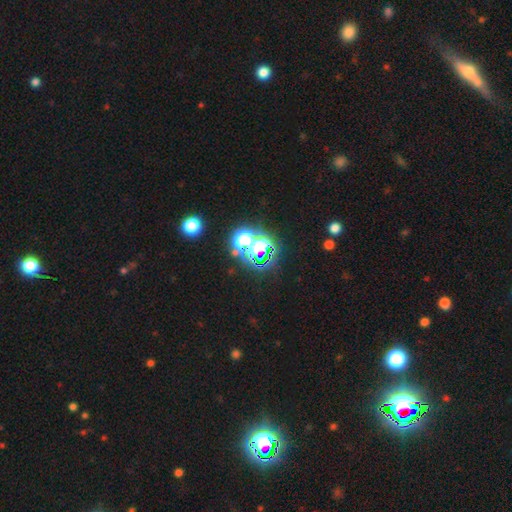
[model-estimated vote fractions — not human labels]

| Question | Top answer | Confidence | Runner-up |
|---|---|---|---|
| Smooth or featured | star or artifact | 72% | smooth (18%) |